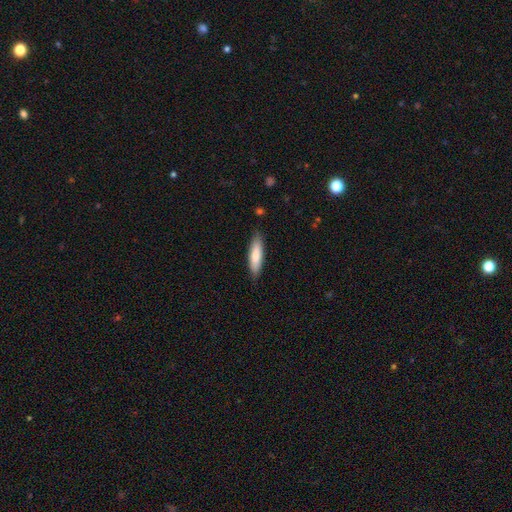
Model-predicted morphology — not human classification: Q: Smooth or featured?
A: smooth (79%); runner-up: featured or disk (16%)
Q: How rounded?
A: cigar-shaped (66%); runner-up: in between (33%)
Q: Merging?
A: none (84%); runner-up: minor disturbance (12%)